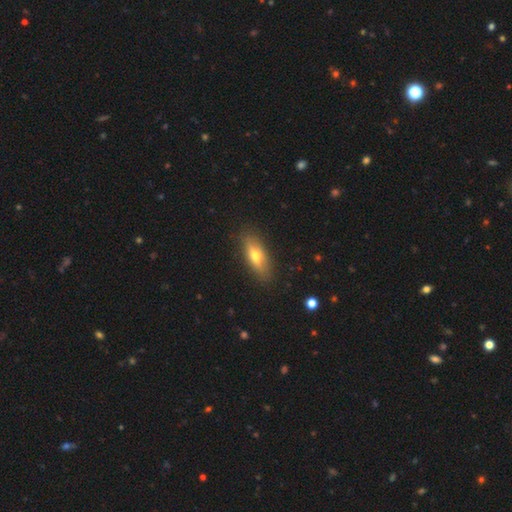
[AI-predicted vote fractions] A smooth galaxy with no disk features (52%) that is in between round and cigar-shaped (58%).

Vote fractions:
- Smooth or featured? smooth: 52% / featured or disk: 41% / star or artifact: 7%
- How rounded? in between: 58% / cigar-shaped: 39% / round: 3%
- Merging? none: 86% / minor disturbance: 10% / major disturbance: 2% / merger: 1%